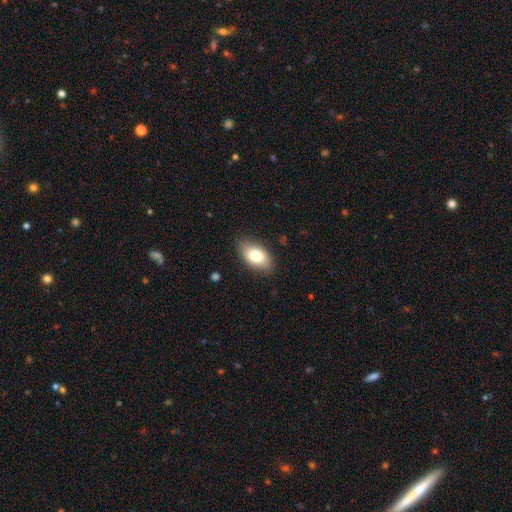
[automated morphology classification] type=smooth (80%); roundness=in between (92%); merging=none (83%).